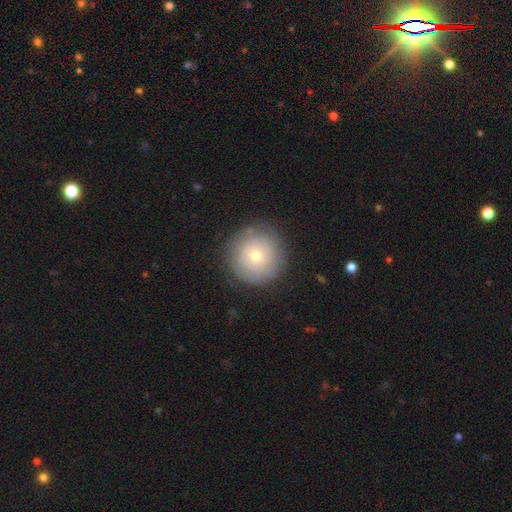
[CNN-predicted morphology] Smooth or featured? smooth (61%)
How rounded? round (95%)
Merging? none (85%)